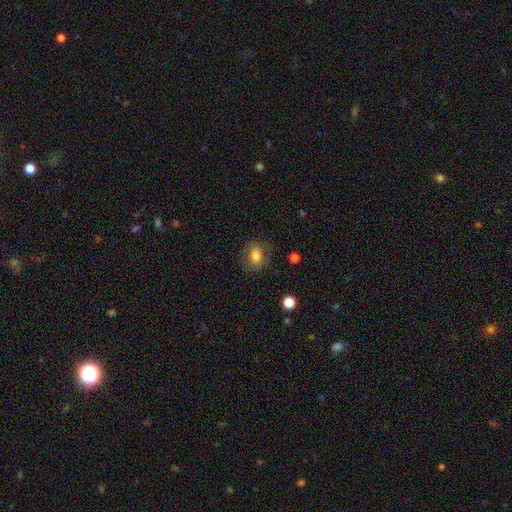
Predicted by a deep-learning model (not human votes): A smooth galaxy with no disk features (68%) that is round (51%).

Vote fractions:
- Smooth or featured? smooth: 68% / featured or disk: 23% / star or artifact: 9%
- How rounded? round: 51% / in between: 48% / cigar-shaped: 1%
- Merging? none: 73% / minor disturbance: 17% / major disturbance: 9% / merger: 1%